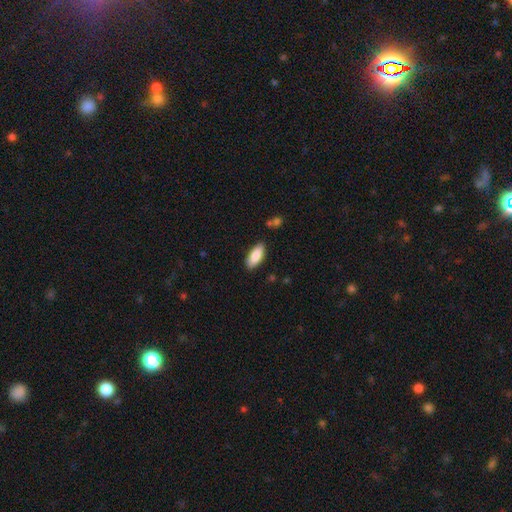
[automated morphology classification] A smooth galaxy with no disk features (86%) that is in between round and cigar-shaped (78%).

Vote fractions:
- Smooth or featured? smooth: 86% / featured or disk: 8% / star or artifact: 6%
- How rounded? in between: 78% / cigar-shaped: 20% / round: 2%
- Merging? none: 86% / minor disturbance: 10% / major disturbance: 2% / merger: 2%